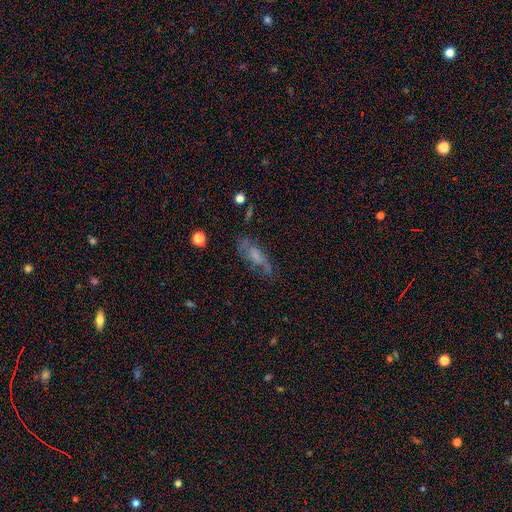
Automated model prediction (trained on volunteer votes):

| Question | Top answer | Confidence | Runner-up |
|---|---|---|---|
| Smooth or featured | featured or disk | 49% | smooth (38%) |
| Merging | none | 52% | minor disturbance (25%) |